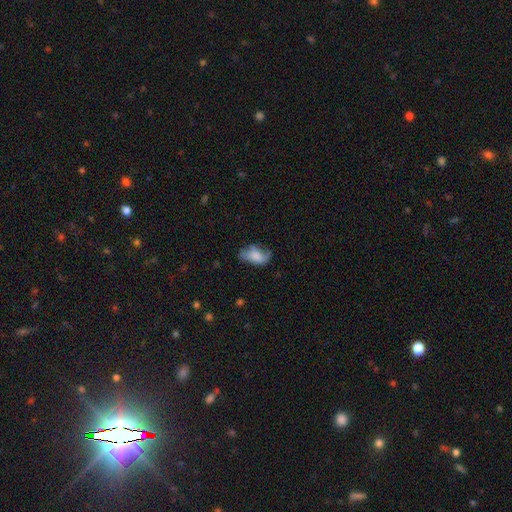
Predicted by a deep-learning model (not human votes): Morphology: type=smooth (57%); roundness=in between (90%); merging=none (46%).